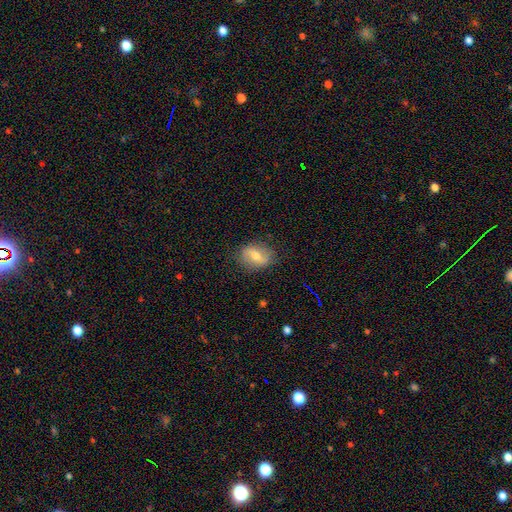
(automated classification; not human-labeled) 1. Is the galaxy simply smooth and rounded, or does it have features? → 46% smooth (tied), 46% featured or disk (tied), 7% star or artifact.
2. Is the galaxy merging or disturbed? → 80% none, 15% minor disturbance, 4% major disturbance, 1% merger.